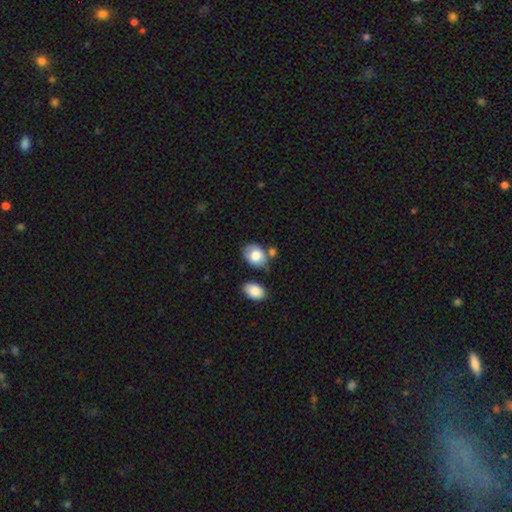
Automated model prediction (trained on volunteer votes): The model was most divided on "merging": none: 59%, minor disturbance: 20%, merger: 15%, major disturbance: 6%. More confident: smooth or featured — smooth (77%); how rounded — in between (71%).